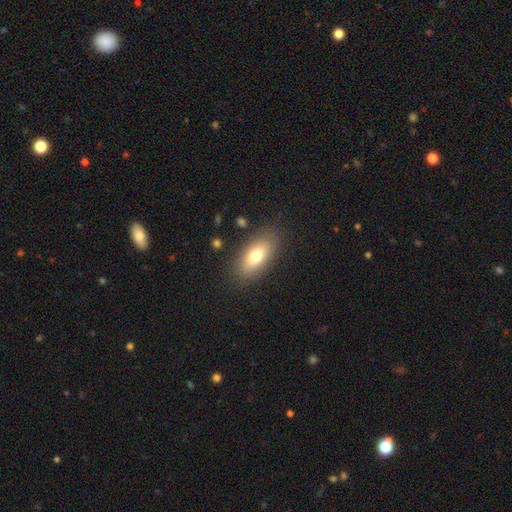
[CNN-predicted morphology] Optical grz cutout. It shows a smooth galaxy with no disk features (72%) that is in between round and cigar-shaped (85%). Merging: none (84%).